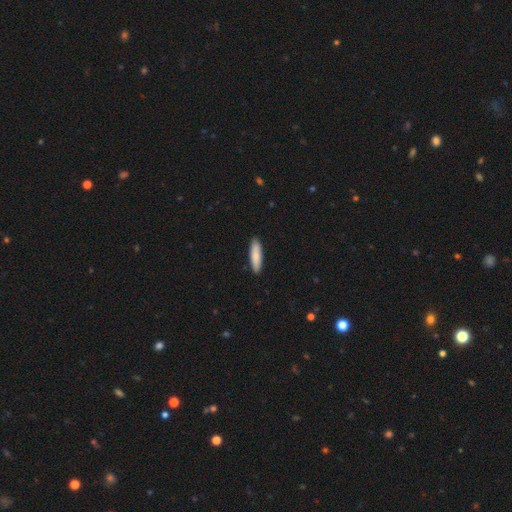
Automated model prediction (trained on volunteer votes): smooth_or_featured: smooth (p=0.84) [alt: featured or disk p=0.11]
how_rounded: cigar-shaped (p=0.72) [alt: in between p=0.26]
merging: none (p=0.90) [alt: minor disturbance p=0.07]